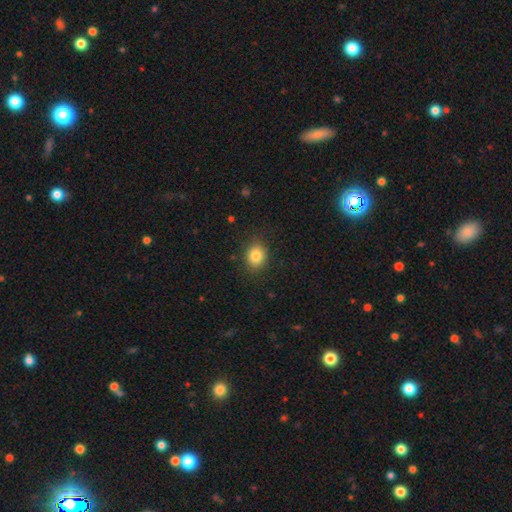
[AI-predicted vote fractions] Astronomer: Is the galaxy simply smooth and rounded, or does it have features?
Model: smooth — 83%.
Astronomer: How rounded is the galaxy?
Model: round — 65%.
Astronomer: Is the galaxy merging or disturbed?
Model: none — 85%.